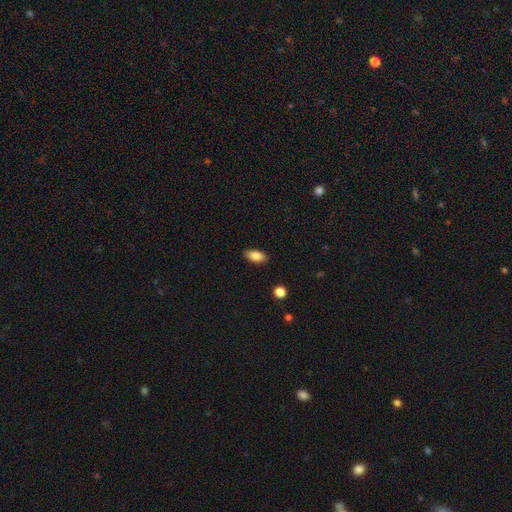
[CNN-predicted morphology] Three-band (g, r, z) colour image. It shows a smooth galaxy with no disk features (86%) that is in between round and cigar-shaped (90%). Merging: none (86%).